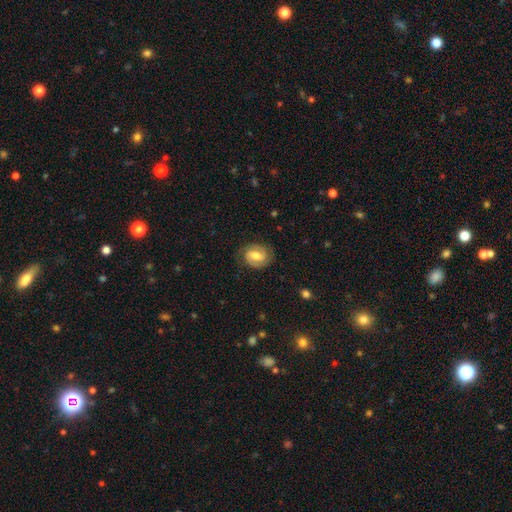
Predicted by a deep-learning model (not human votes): smooth-or-featured: featured or disk: 58% | smooth: 35% | star or artifact: 7%
  disk-edge-on: no: 96% | yes: 4%
    bar: weak: 49% | no: 28% | strong: 22%
    has-spiral-arms: yes: 86% | no: 14%
    bulge-size: moderate: 63% | small: 21% | large: 12% | none: 3% | dominant: 1%
  merging: none: 78% | minor disturbance: 15% | major disturbance: 6% | merger: 1%